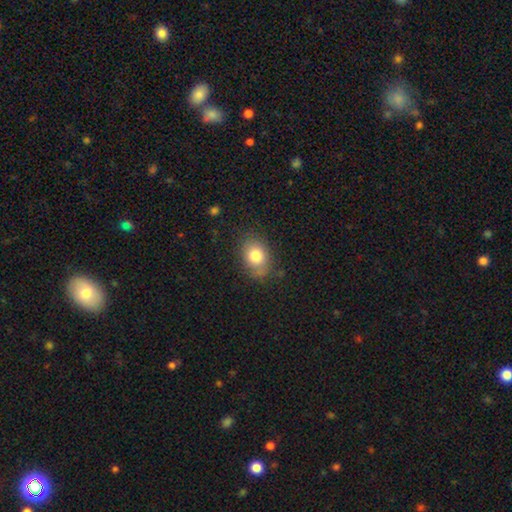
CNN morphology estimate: smooth_or_featured: smooth (p=0.78) [alt: featured or disk p=0.12]
how_rounded: in between (p=0.64) [alt: round p=0.35]
merging: none (p=0.74) [alt: minor disturbance p=0.19]